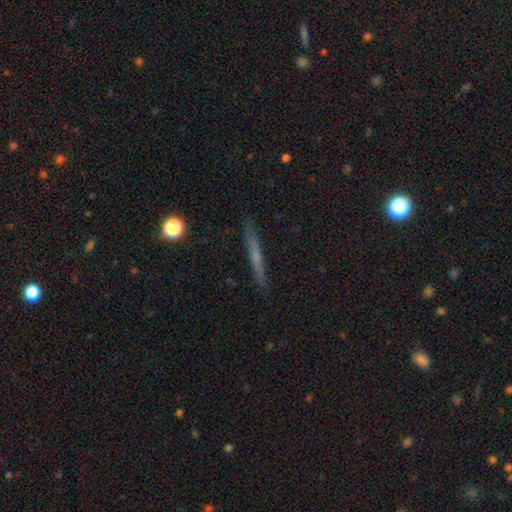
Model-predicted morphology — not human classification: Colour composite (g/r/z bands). It shows a featured or disk galaxy (52%) viewed edge-on (96%) with no central bulge (68%). Merging: none (90%).